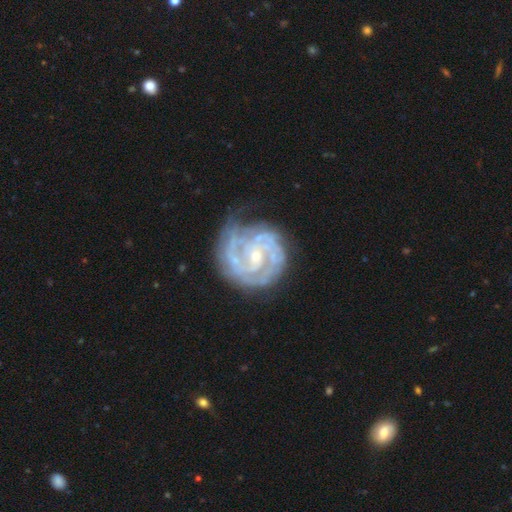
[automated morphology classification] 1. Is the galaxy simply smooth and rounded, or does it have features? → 88% featured or disk, 6% smooth, 5% star or artifact.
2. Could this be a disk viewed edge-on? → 98% no, 2% yes.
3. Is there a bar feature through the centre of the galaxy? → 57% no, 33% weak, 10% strong.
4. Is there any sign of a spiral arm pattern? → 96% yes, 4% no.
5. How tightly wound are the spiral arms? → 70% tight, 25% medium, 5% loose.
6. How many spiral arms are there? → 34% 2, 25% can't tell, 20% 3, 9% 4, 6% 1, 6% more than 4.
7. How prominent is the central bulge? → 75% small, 22% moderate, 2% none, 1% large, 1% dominant.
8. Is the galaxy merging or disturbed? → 61% none, 25% minor disturbance, 12% major disturbance, 2% merger.